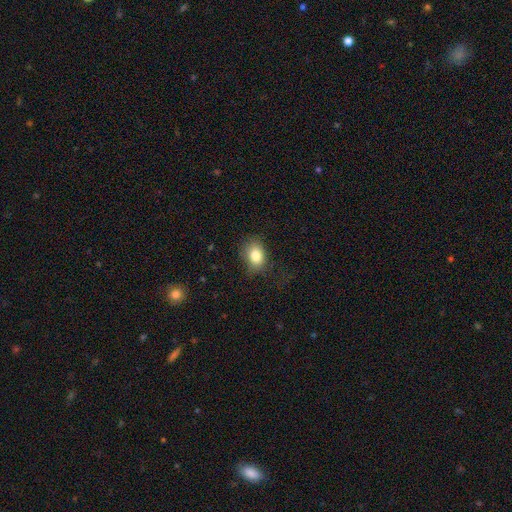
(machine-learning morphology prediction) Smooth or featured: smooth — 82% (star or artifact — 10%)
How rounded: in between — 69% (round — 29%)
Merging: none — 73% (minor disturbance — 18%)